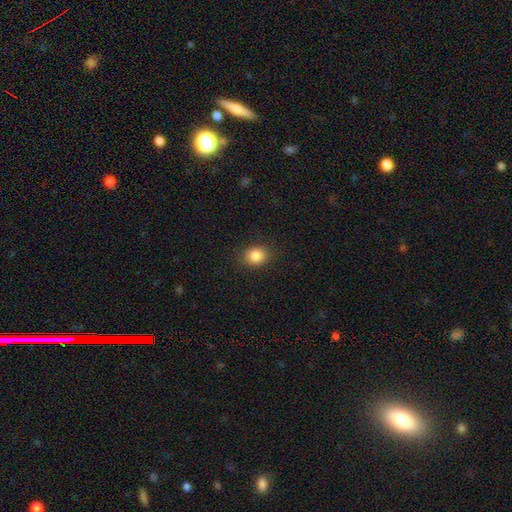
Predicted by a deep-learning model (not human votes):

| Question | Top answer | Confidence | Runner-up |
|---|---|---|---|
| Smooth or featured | smooth | 85% | star or artifact (10%) |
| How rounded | round | 63% | in between (36%) |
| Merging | none | 87% | minor disturbance (9%) |